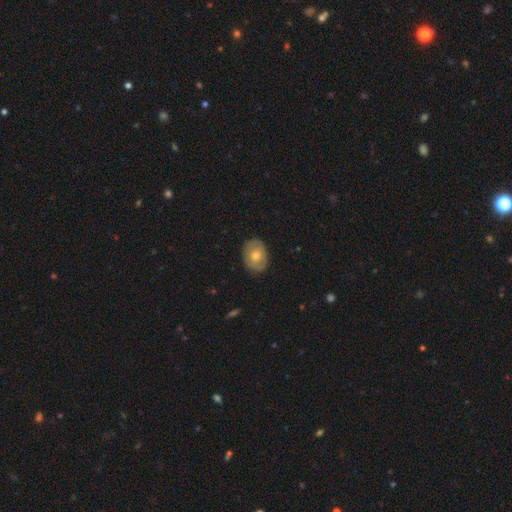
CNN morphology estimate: The model was most divided on "smooth or featured": smooth: 56%, featured or disk: 36%, star or artifact: 8%. More confident: merging — none (85%); how rounded — in between (63%).